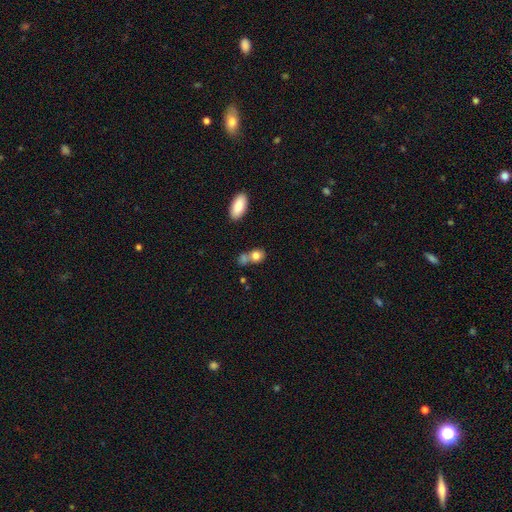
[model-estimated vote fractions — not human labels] smooth-or-featured: smooth: 79% | featured or disk: 11% | star or artifact: 9%
  how-rounded: round: 51% | in between: 46% | cigar-shaped: 2%
  merging: merger: 46% | none: 37% | minor disturbance: 11% | major disturbance: 5%